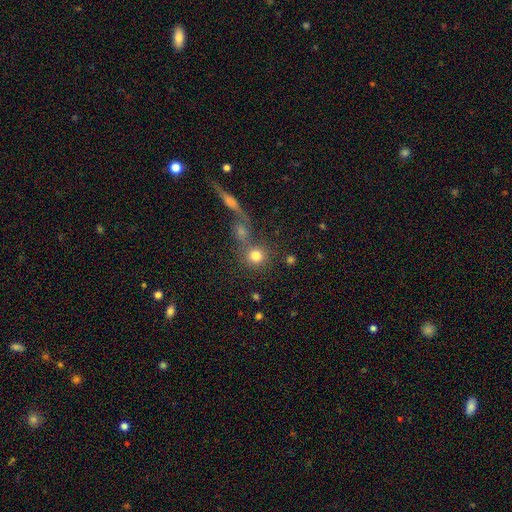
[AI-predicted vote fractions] Smooth or featured? Predicted: smooth (p=0.79). How rounded? Predicted: round (p=0.89). Merging? Predicted: none (p=0.59).